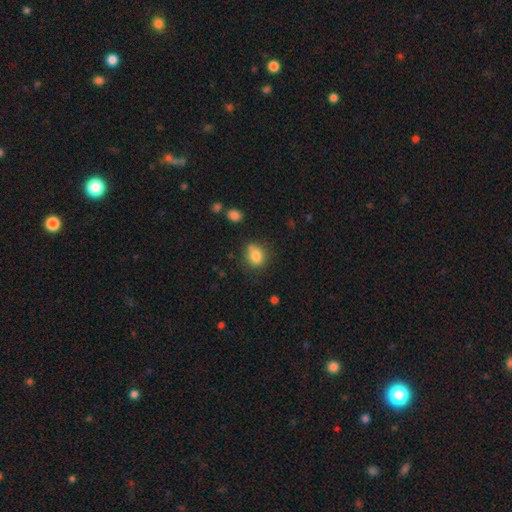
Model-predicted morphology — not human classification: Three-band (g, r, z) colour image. It shows a smooth galaxy with no disk features (82%) that is round (68%). Merging: none (70%).